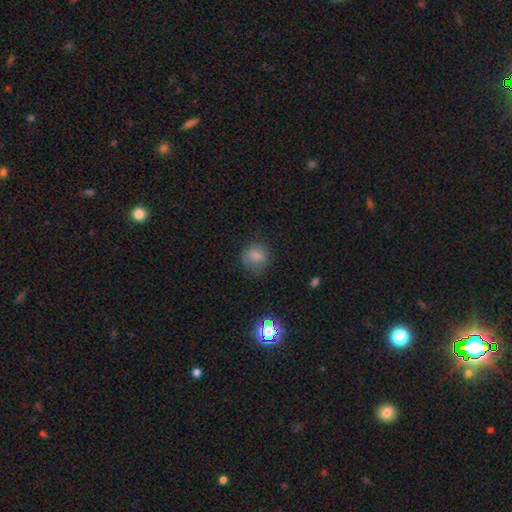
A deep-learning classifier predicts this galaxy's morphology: smooth_or_featured: smooth (p=0.76) [alt: star or artifact p=0.13]
how_rounded: round (p=0.69) [alt: in between p=0.30]
merging: none (p=0.70) [alt: minor disturbance p=0.20]